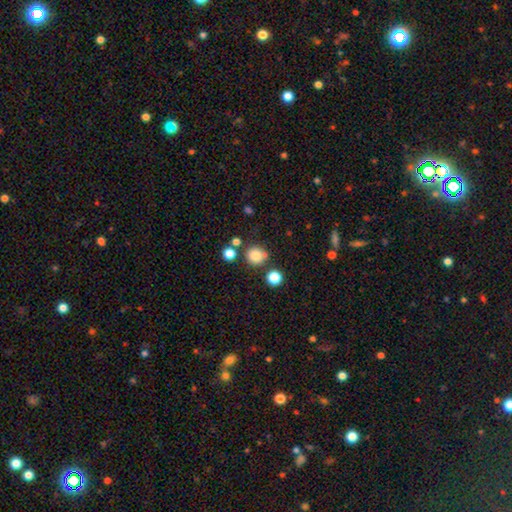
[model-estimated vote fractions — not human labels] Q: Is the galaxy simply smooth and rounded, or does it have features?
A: smooth — 82%.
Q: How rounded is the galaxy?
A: round — 91%.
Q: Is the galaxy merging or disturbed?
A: none — 76%.